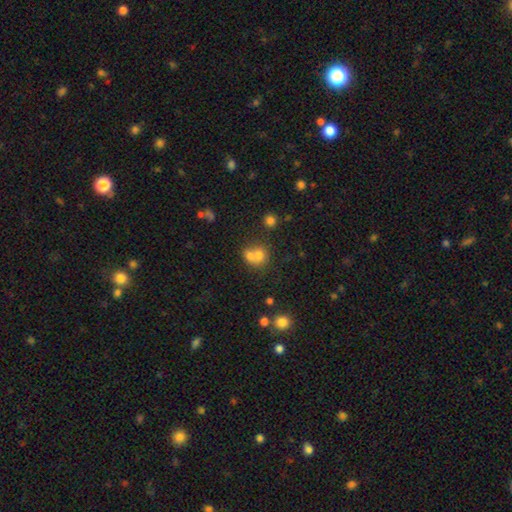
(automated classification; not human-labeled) Smooth or featured: smooth — 70% (featured or disk — 17%)
How rounded: round — 70% (in between — 29%)
Merging: merger — 60% (none — 29%)